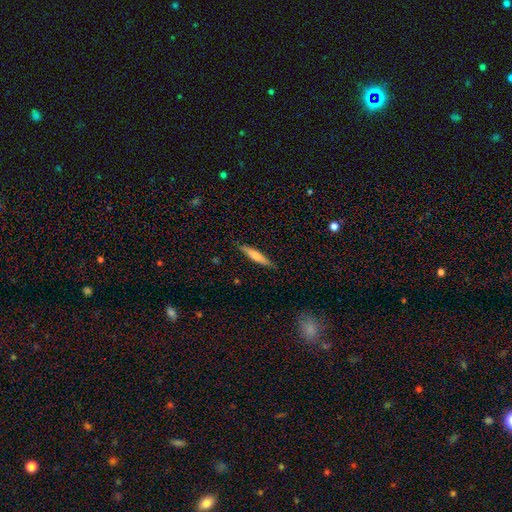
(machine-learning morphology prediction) Smooth or featured? Predicted: smooth (p=0.67). How rounded? Predicted: cigar-shaped (p=0.87). Merging? Predicted: none (p=0.85).